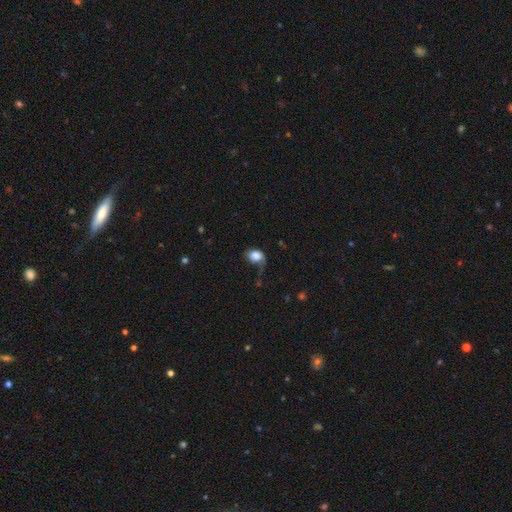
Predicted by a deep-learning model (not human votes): A smooth galaxy with no disk features (81%) that is in between round and cigar-shaped (67%). Merging: none (36%).